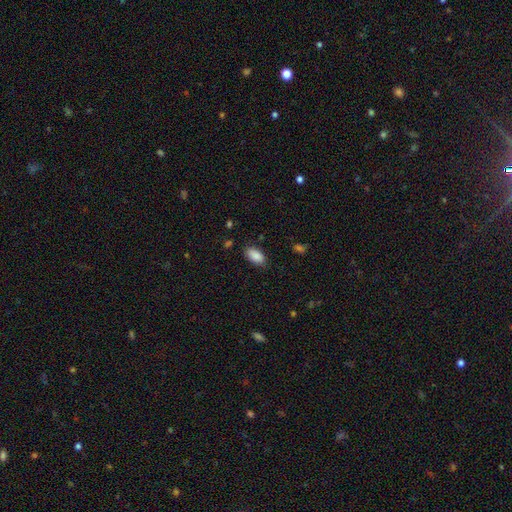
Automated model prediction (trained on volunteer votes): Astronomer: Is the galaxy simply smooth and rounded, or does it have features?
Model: smooth — 89%.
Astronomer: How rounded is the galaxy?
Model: in between — 94%.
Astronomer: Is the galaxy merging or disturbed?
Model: none — 83%.